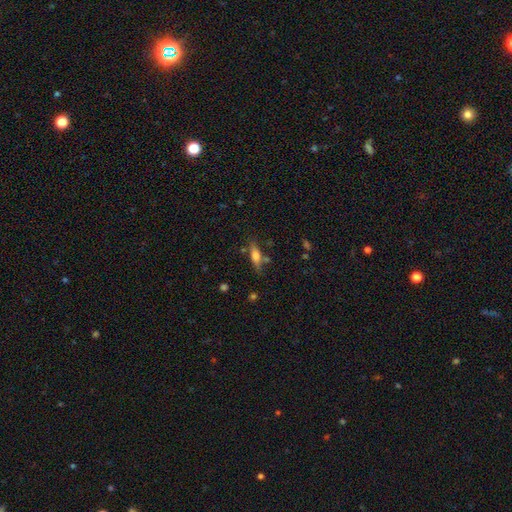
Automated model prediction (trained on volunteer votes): smooth 56%, featured or disk 35%, star or artifact 9%. Down the decision tree: how rounded — cigar-shaped (54%); merging — none (70%).